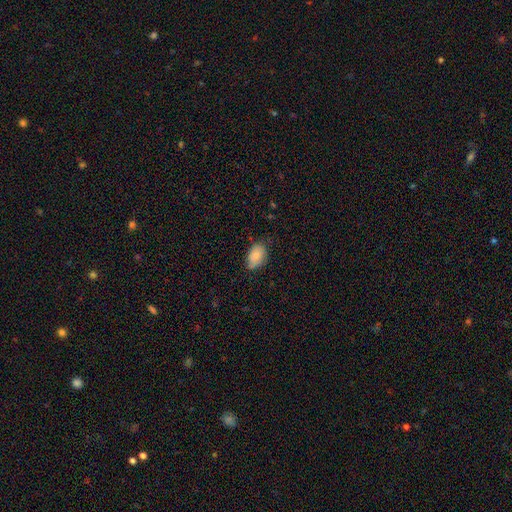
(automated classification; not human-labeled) smooth-or-featured: smooth: 85% | featured or disk: 8% | star or artifact: 7%
  how-rounded: in between: 88% | round: 10% | cigar-shaped: 1%
  merging: none: 66% | minor disturbance: 28% | major disturbance: 4% | merger: 2%